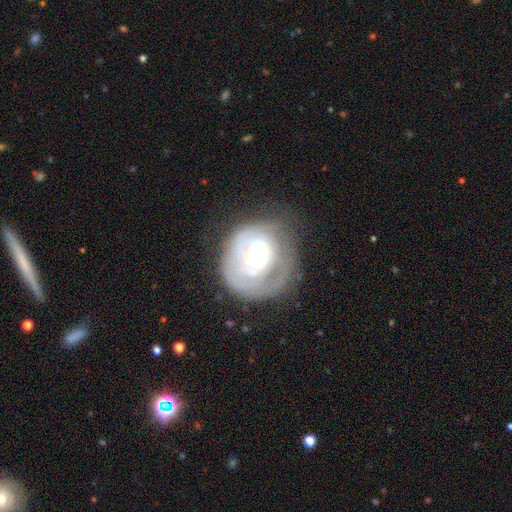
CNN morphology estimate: type=featured or disk (72%); edge-on=no (97%); bar=no (61%); spiral arms=yes (76%); winding=tight (70%); arm count=can't tell (40%); bulge=moderate (62%); merging=none (54%).